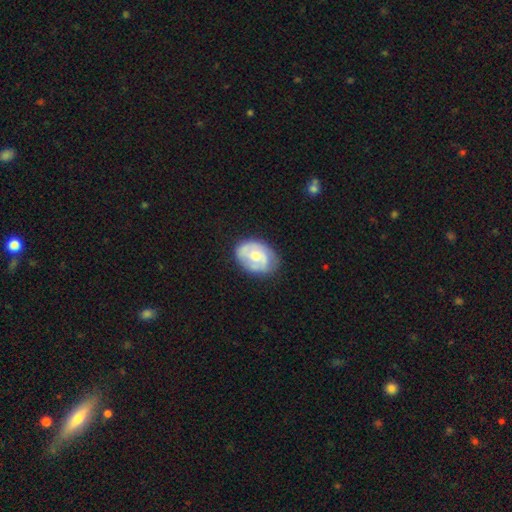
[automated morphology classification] Overall: featured or disk (66%; smooth 29%). Edge-on disk: no (97%). Bar: no (67%; weak 28%). Spiral arms: yes (78%). Bulge size: moderate (63%; small 30%). Merging: none (69%).